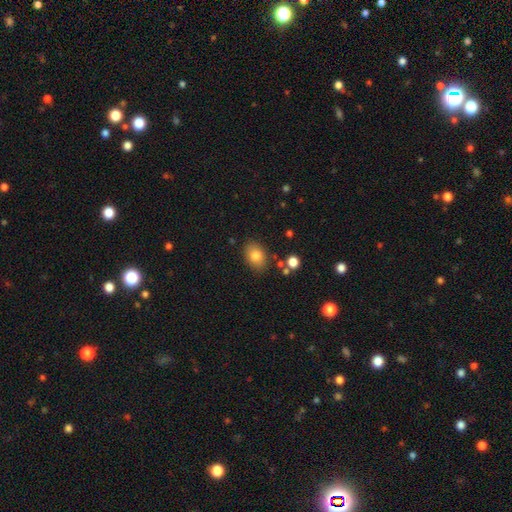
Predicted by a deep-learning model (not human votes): A smooth galaxy with no disk features (81%) that is in between round and cigar-shaped (75%).

Vote fractions:
- Smooth or featured? smooth: 81% / featured or disk: 10% / star or artifact: 9%
- How rounded? in between: 75% / round: 24% / cigar-shaped: 1%
- Merging? none: 82% / minor disturbance: 12% / merger: 3% / major disturbance: 3%